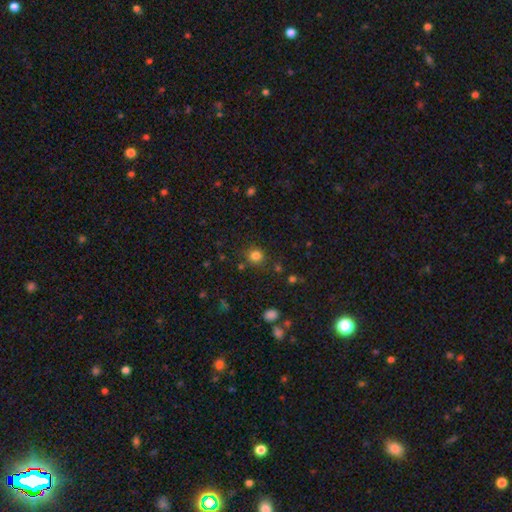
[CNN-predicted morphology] A smooth galaxy with no disk features (80%) that is round (86%). Merging: none (82%).